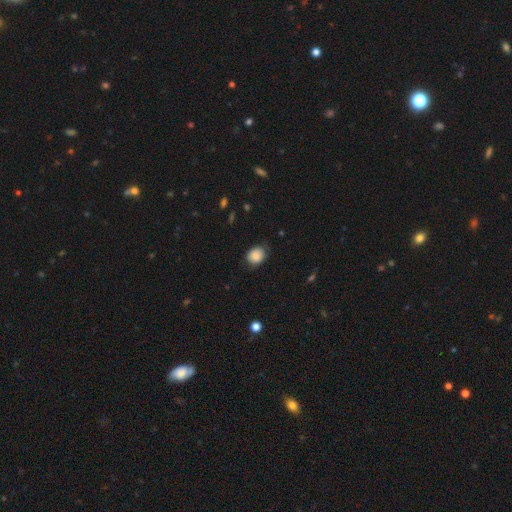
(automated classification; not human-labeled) A smooth galaxy with no disk features (86%) that is round (57%).

Vote fractions:
- Smooth or featured? smooth: 86% / star or artifact: 8% / featured or disk: 6%
- How rounded? round: 57% / in between: 42% / cigar-shaped: 1%
- Merging? none: 74% / minor disturbance: 21% / major disturbance: 5% / merger: 1%